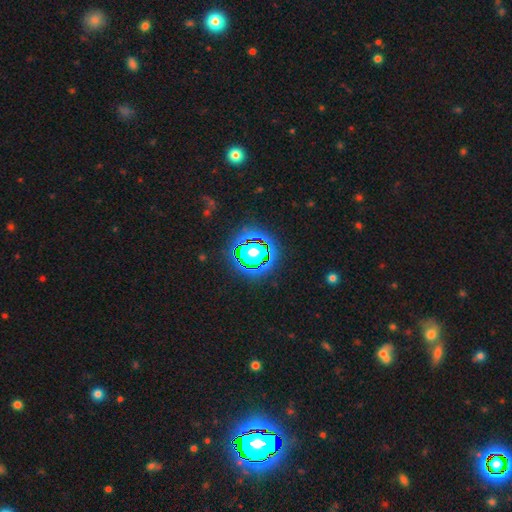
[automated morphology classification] This appears to be a star or artifact, not a galaxy (81%).